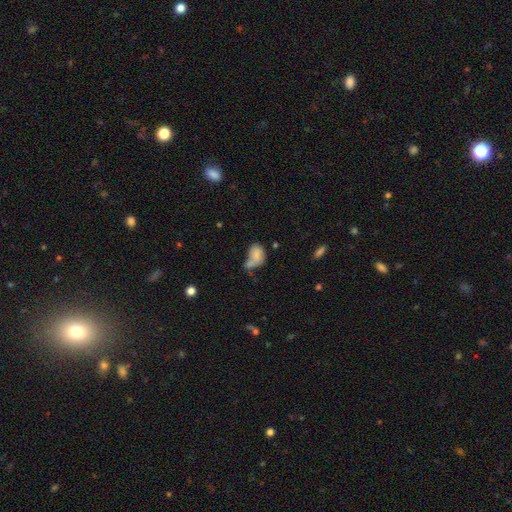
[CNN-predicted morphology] smooth 75%, featured or disk 15%, star or artifact 11%. Down the decision tree: how rounded — in between (78%); merging — merger (31%).